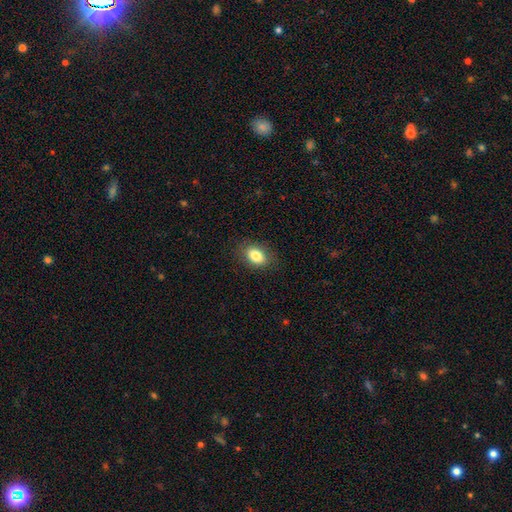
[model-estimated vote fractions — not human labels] Smooth or featured?
  - smooth: 84% *
  - star or artifact: 9%
  - featured or disk: 8%
How rounded?
  - in between: 81% *
  - round: 18%
  - cigar-shaped: 1%
Merging?
  - none: 85% *
  - minor disturbance: 11%
  - major disturbance: 3%
  - merger: 1%